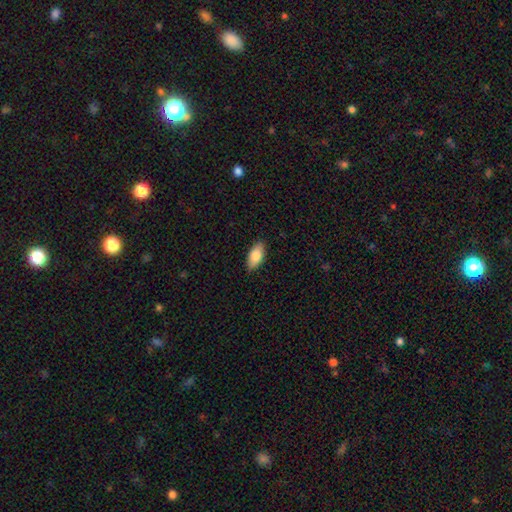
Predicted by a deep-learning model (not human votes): smooth_or_featured: smooth (p=0.81) [alt: featured or disk p=0.13]
how_rounded: in between (p=0.89) [alt: cigar-shaped p=0.08]
merging: none (p=0.88) [alt: minor disturbance p=0.10]